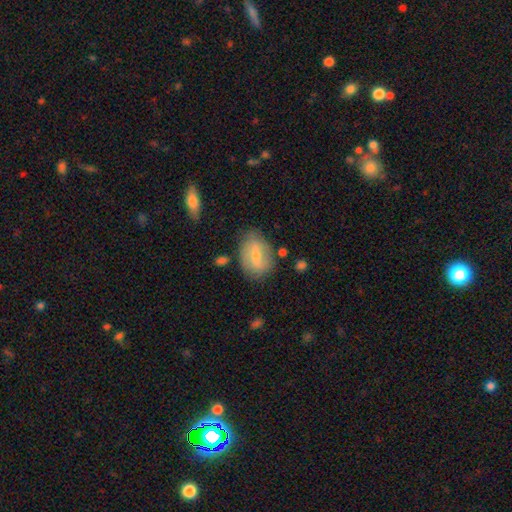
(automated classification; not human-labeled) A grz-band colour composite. It shows a smooth galaxy with no disk features (58%) that is in between round and cigar-shaped (79%). Merging: none (70%).